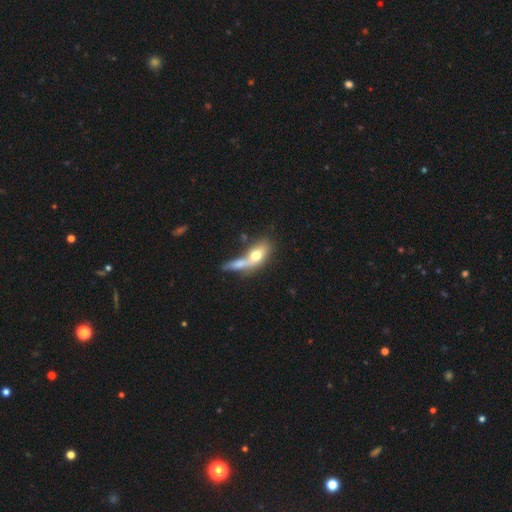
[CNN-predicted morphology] Smooth or featured? smooth (65%)
How rounded? in between (69%)
Merging? merger (51%)